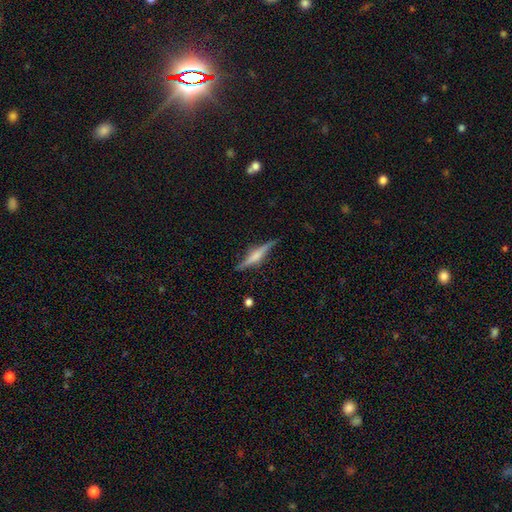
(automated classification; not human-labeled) smooth_or_featured: featured or disk (p=0.70) [alt: smooth p=0.23]
disk_edge_on: yes (p=0.96) [alt: no p=0.04]
edge_on_bulge: rounded (p=0.70) [alt: boxy p=0.18]
merging: none (p=0.84) [alt: minor disturbance p=0.12]